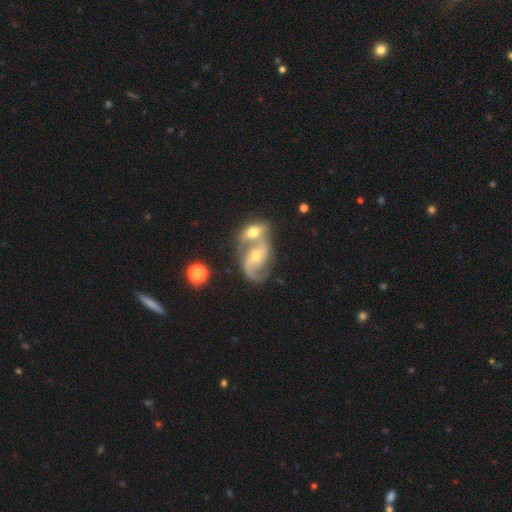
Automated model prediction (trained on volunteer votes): This is clearly a featured or disk galaxy (80%). It is clearly not viewed edge-on (96%). Bar: possibly no (47%). Spiral arm pattern: clearly yes (89%). Spiral arm count: likely 2 (79%). Spiral winding: possibly medium (46%). Central bulge: possibly moderate (56%). Merging: likely merger (62%).